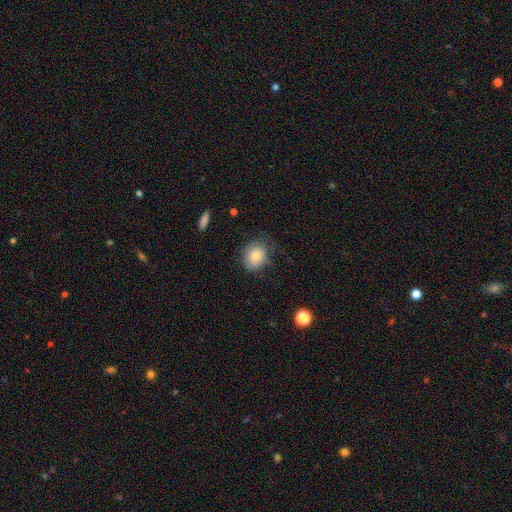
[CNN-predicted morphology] smooth-or-featured: smooth: 80% | featured or disk: 12% | star or artifact: 8%
  how-rounded: round: 56% | in between: 43% | cigar-shaped: 1%
  merging: none: 61% | minor disturbance: 27% | major disturbance: 10% | merger: 2%